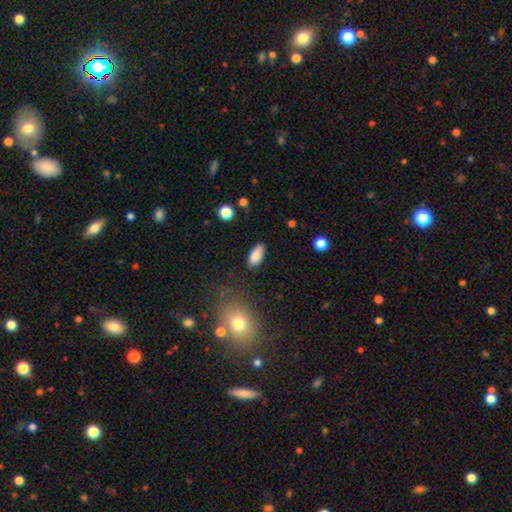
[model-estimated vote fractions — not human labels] smooth_or_featured: smooth (p=0.86) [alt: star or artifact p=0.07]
how_rounded: in between (p=0.89) [alt: cigar-shaped p=0.08]
merging: none (p=0.79) [alt: minor disturbance p=0.16]